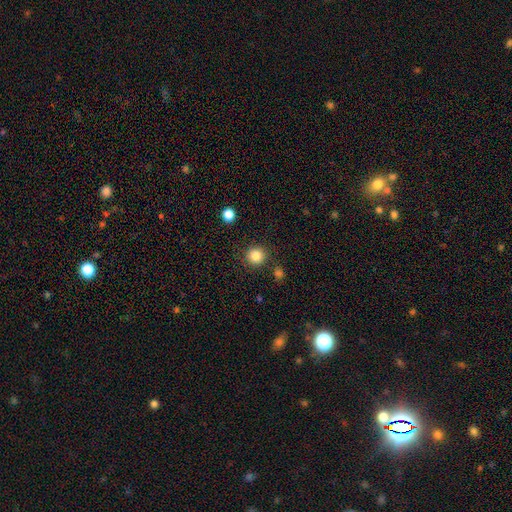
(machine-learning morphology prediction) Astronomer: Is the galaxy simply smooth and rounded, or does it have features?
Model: smooth — 84%.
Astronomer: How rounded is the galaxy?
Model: round — 94%.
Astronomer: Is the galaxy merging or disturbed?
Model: none — 87%.